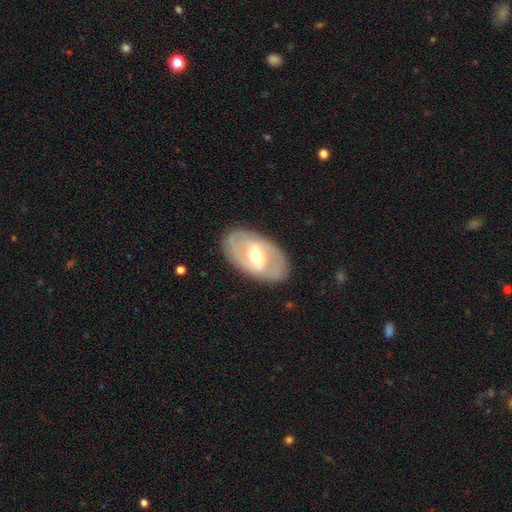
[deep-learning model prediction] featured or disk 72%, smooth 23%, star or artifact 5%. Down the decision tree: edge-on disk — no (93%); bar — weak (45%); spiral arms — yes (63%); bulge size — moderate (65%); merging — none (84%).